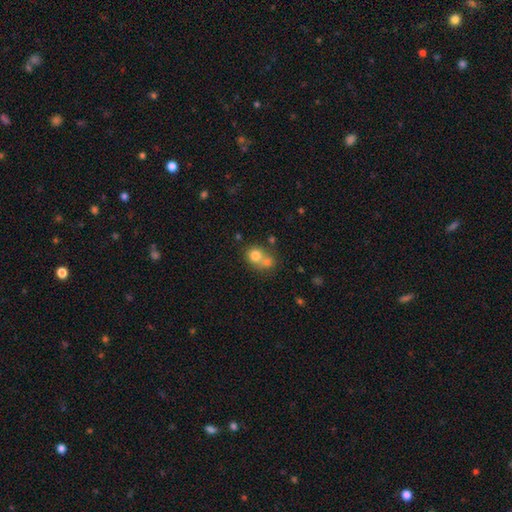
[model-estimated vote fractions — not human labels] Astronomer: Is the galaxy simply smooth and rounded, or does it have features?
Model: smooth — 74%.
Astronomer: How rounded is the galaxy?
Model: round — 74%.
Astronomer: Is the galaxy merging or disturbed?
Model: merger — 57% (runner-up: none, 33%).